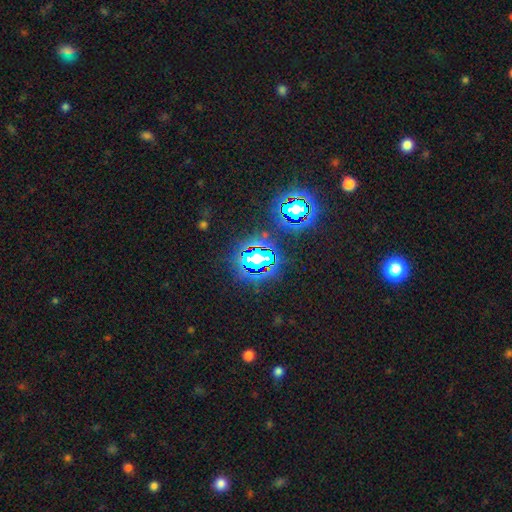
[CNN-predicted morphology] Smooth or featured: star or artifact — 79% (smooth — 13%)